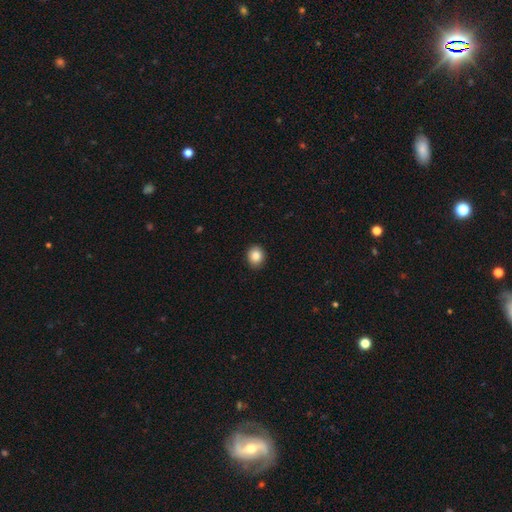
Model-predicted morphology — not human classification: A smooth galaxy with no disk features (86%) that is round (71%). Merging: none (90%).